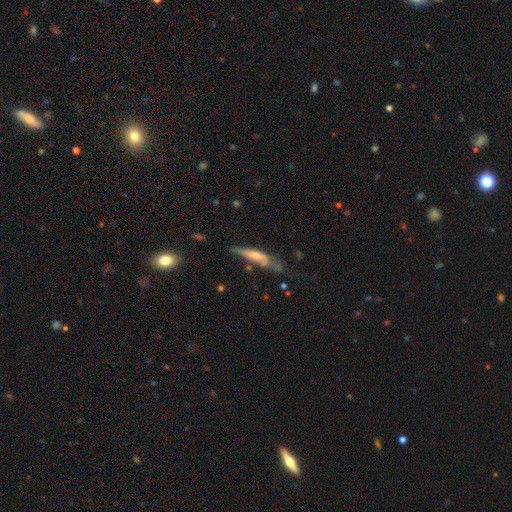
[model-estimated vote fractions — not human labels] Morphology: type=smooth (50%); merging=none (45%).